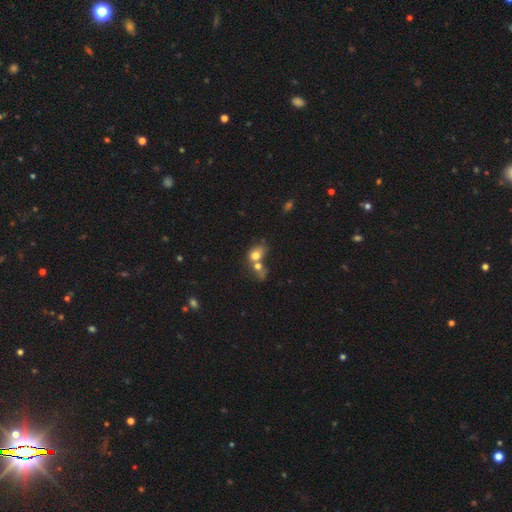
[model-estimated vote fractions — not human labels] Smooth or featured? smooth (71%)
How rounded? in between (56%)
Merging? merger (66%)